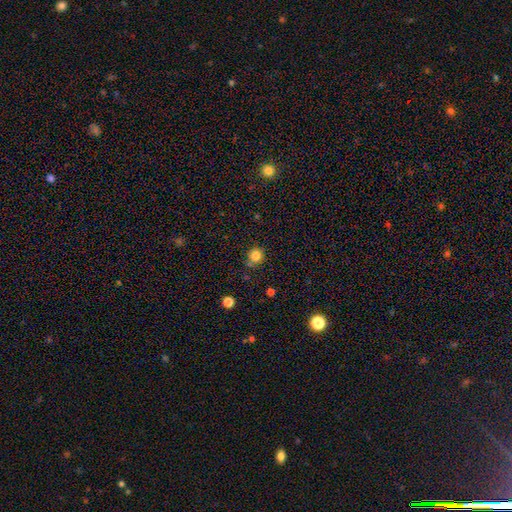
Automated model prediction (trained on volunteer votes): A smooth galaxy with no disk features (82%) that is round (92%). Merging: none (77%).